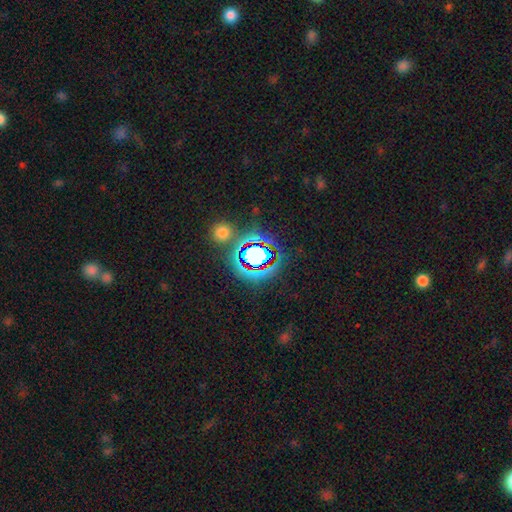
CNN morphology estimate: Smooth or featured? Predicted: star or artifact (p=0.67).